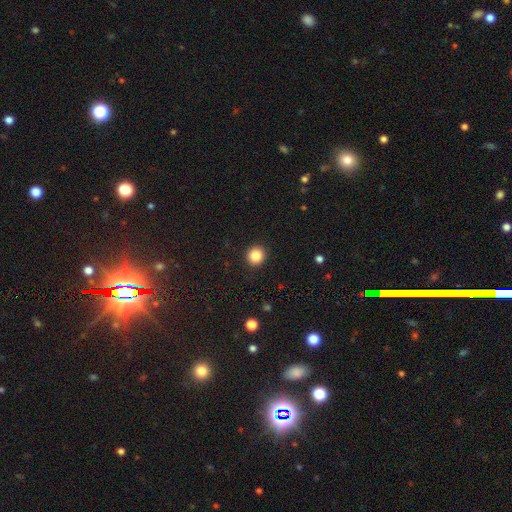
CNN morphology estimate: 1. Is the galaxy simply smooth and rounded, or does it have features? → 85% smooth, 10% star or artifact, 5% featured or disk.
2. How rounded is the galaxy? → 91% round, 9% in between, 1% cigar-shaped.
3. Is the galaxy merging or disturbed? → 92% none, 5% minor disturbance, 2% major disturbance, 1% merger.